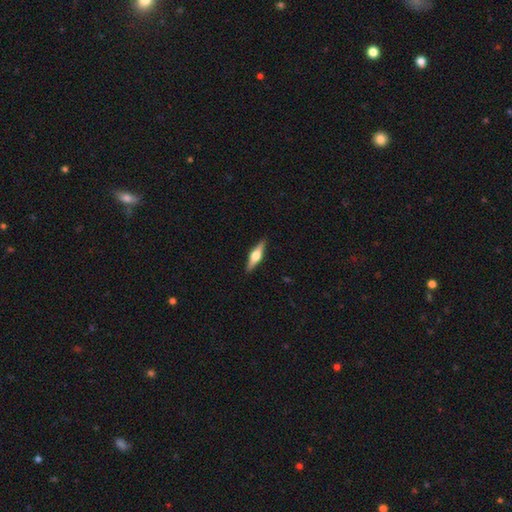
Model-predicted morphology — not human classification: Overall: featured or disk (70%). Edge-on disk: yes (98%). Edge-on bulge: rounded (93%). Merging: none (91%).